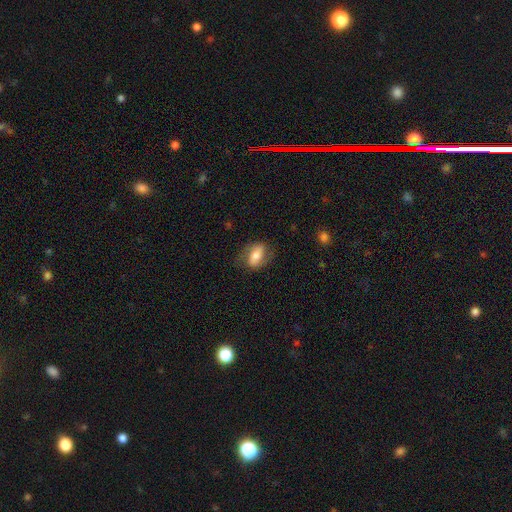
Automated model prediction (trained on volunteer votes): smooth-or-featured: smooth: 58% | featured or disk: 34% | star or artifact: 7%
  how-rounded: in between: 83% | round: 11% | cigar-shaped: 5%
  merging: none: 70% | minor disturbance: 20% | major disturbance: 9% | merger: 1%